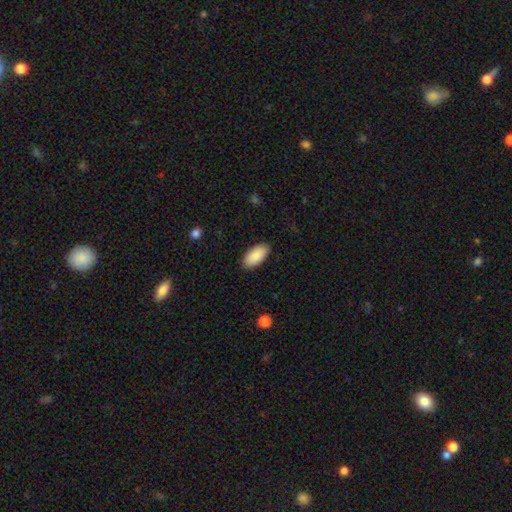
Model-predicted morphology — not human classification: Smooth or featured? smooth (89%)
How rounded? in between (94%)
Merging? none (88%)